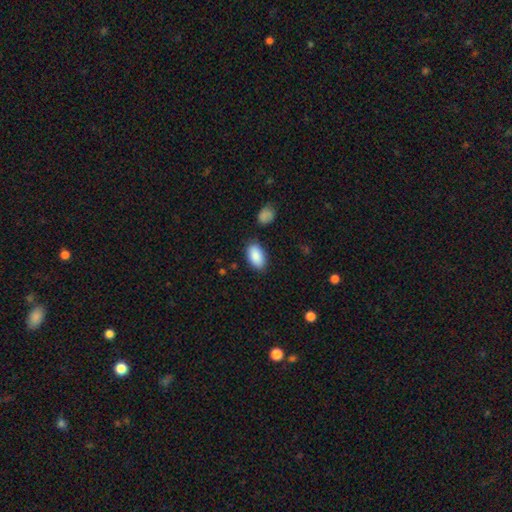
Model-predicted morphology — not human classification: smooth-or-featured: smooth: 89% | star or artifact: 6% | featured or disk: 5%
  how-rounded: in between: 94% | round: 4% | cigar-shaped: 2%
  merging: none: 83% | minor disturbance: 11% | merger: 3% | major disturbance: 3%